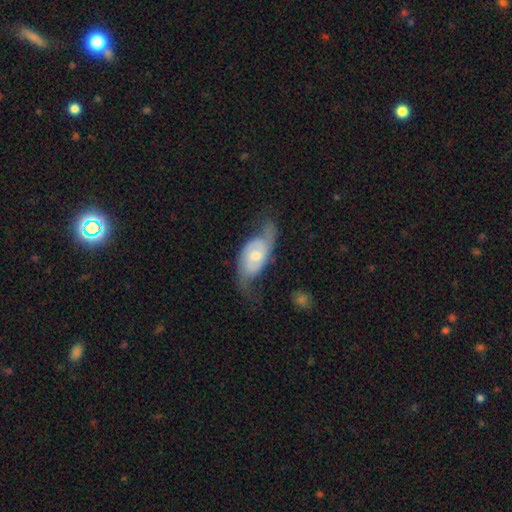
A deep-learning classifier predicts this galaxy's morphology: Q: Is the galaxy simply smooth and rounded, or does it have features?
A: featured or disk — 77%.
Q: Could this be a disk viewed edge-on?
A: no — 93%.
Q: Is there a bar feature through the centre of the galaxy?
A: no — 61%.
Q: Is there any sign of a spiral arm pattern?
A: yes — 91%.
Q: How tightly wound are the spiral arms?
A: medium — 40%.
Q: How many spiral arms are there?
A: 2 — 85%.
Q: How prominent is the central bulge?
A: moderate — 57%.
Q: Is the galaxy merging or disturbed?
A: none — 56%.